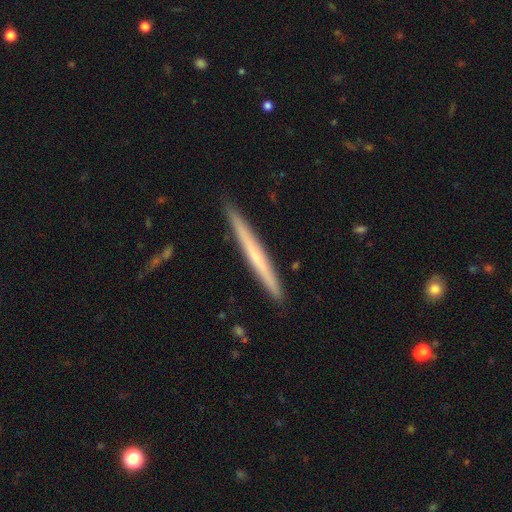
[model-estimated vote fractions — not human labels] This appears to be a featured or disk galaxy (47%, tied with smooth). Merging: none (91%).